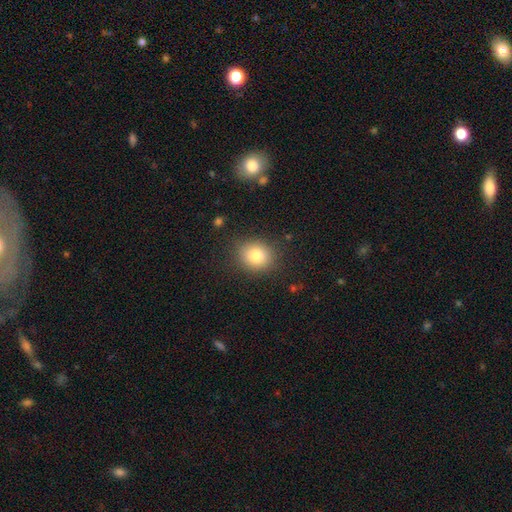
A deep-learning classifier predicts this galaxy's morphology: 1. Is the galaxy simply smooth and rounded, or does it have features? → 81% smooth, 11% star or artifact, 8% featured or disk.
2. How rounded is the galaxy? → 69% round, 31% in between, 1% cigar-shaped.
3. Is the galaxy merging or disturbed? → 86% none, 10% minor disturbance, 3% major disturbance, 1% merger.